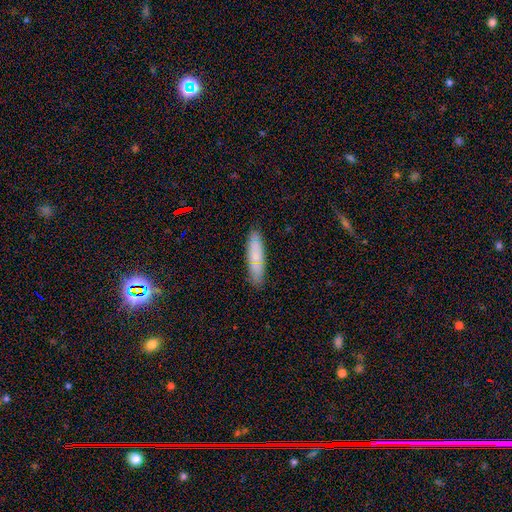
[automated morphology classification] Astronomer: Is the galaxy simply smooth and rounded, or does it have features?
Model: smooth — 66%.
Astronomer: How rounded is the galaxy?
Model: cigar-shaped — 73%.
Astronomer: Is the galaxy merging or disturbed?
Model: none — 81%.